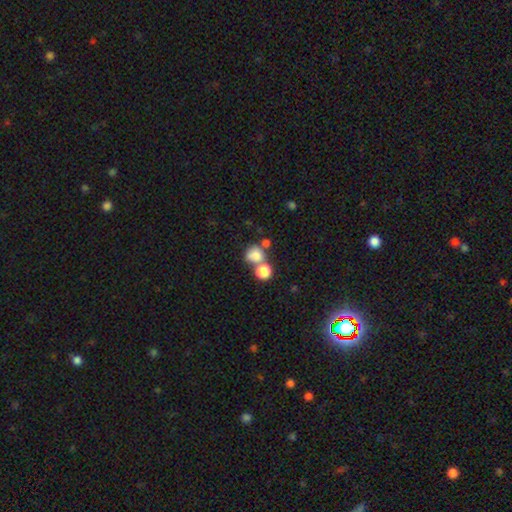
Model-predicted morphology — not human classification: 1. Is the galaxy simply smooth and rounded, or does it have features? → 77% smooth, 12% star or artifact, 11% featured or disk.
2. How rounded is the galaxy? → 71% round, 28% in between, 1% cigar-shaped.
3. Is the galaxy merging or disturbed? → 46% merger, 39% none, 10% minor disturbance, 6% major disturbance.